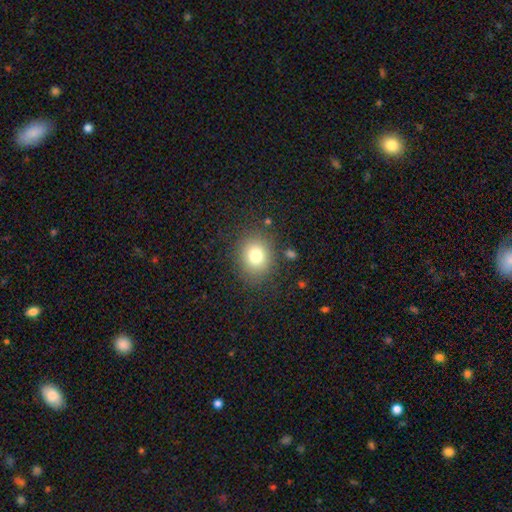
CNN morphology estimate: Smooth or featured: smooth — 78% (star or artifact — 13%)
How rounded: round — 72% (in between — 27%)
Merging: none — 84% (minor disturbance — 10%)